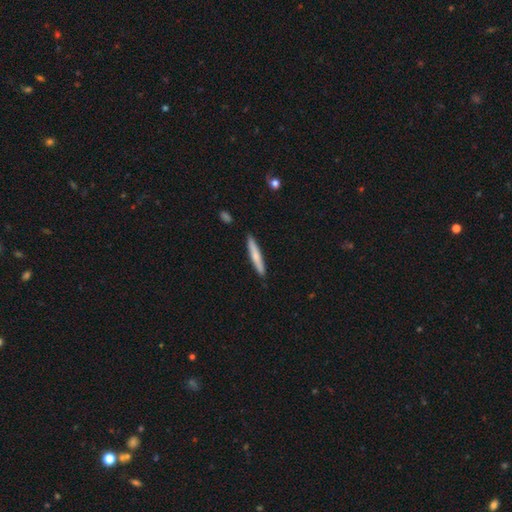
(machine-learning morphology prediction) A smooth galaxy with no disk features (67%) that is cigar-shaped (94%). Merging: none (90%).